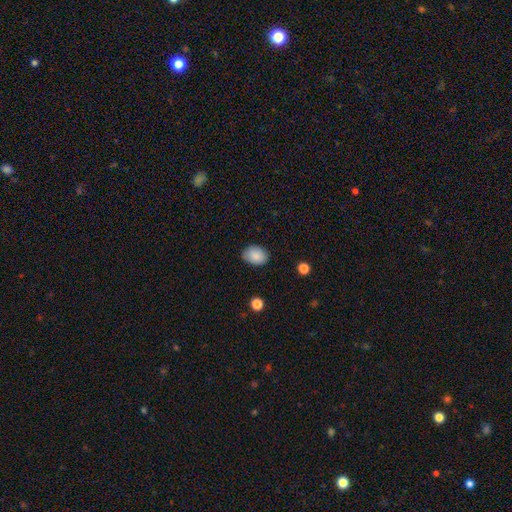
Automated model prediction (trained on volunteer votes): Smooth or featured: smooth — 87% (star or artifact — 7%)
How rounded: in between — 74% (round — 25%)
Merging: none — 84% (minor disturbance — 12%)